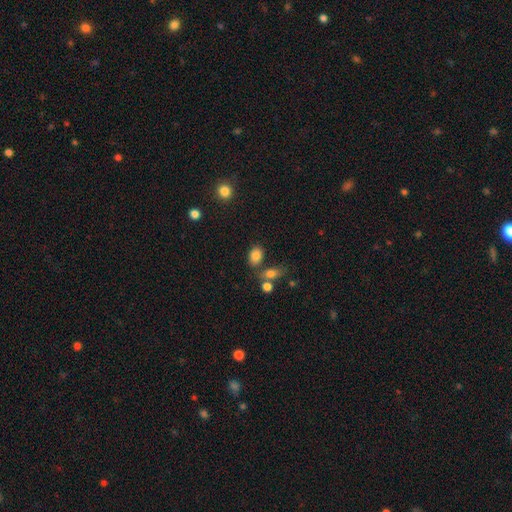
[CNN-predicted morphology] smooth-or-featured: smooth: 83% | star or artifact: 10% | featured or disk: 6%
  how-rounded: in between: 78% | round: 21% | cigar-shaped: 2%
  merging: none: 67% | merger: 14% | minor disturbance: 14% | major disturbance: 5%